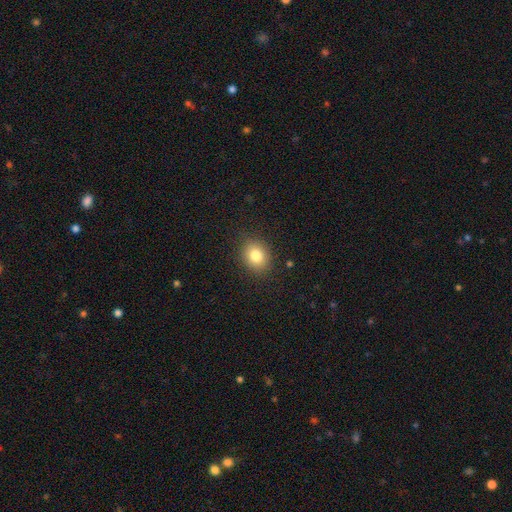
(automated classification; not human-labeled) Morphology: type=smooth (82%); roundness=round (59%); merging=none (88%).